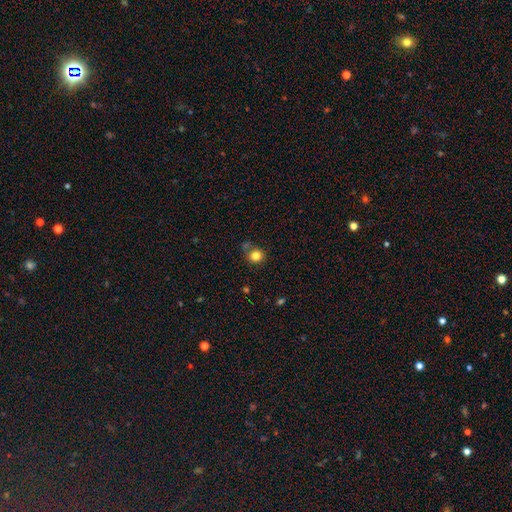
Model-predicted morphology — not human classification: smooth 82%, star or artifact 12%, featured or disk 7%. Down the decision tree: how rounded — round (89%); merging — none (68%).